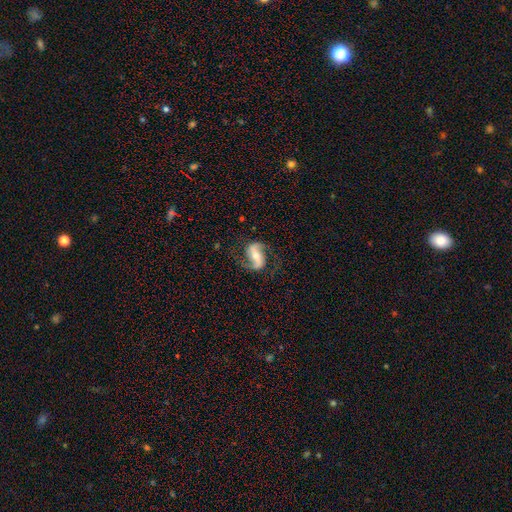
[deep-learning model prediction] featured or disk 86%, smooth 8%, star or artifact 5%. Down the decision tree: edge-on disk — no (97%); bar — strong (45%); spiral arms — yes (96%); spiral arm count — 2 (92%); spiral winding — loose (52%); bulge size — moderate (60%); merging — none (77%).